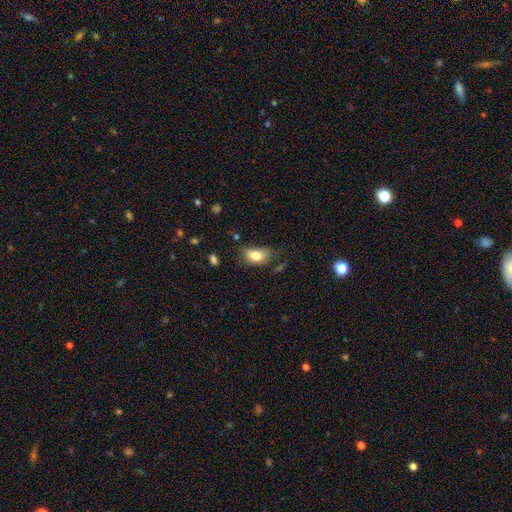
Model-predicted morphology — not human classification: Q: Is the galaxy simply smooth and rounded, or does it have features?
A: smooth — 80%.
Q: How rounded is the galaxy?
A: in between — 88%.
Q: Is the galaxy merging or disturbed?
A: none — 48%.